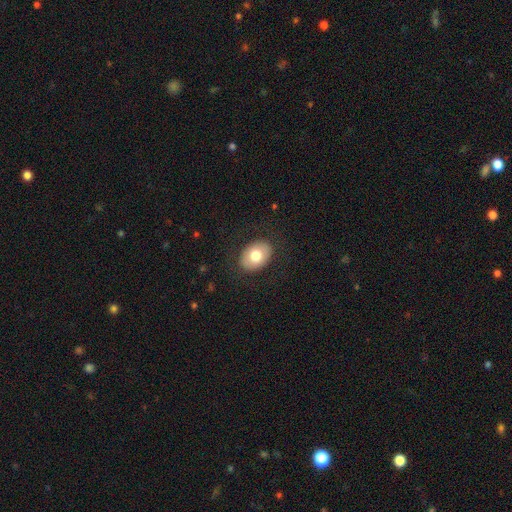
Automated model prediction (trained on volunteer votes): The model was most divided on "how rounded": in between: 76%, round: 24%, cigar-shaped: 1%. More confident: merging — none (86%); smooth or featured — smooth (77%).